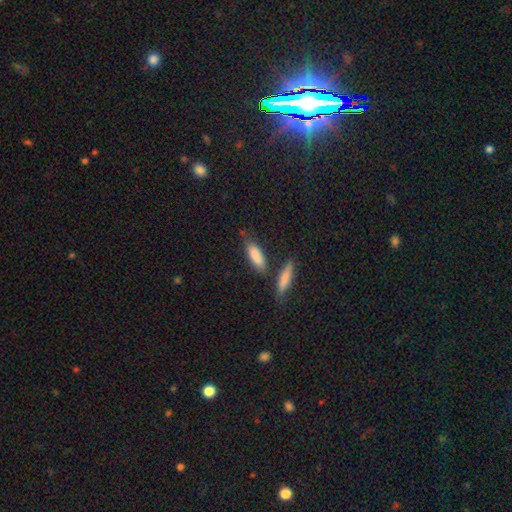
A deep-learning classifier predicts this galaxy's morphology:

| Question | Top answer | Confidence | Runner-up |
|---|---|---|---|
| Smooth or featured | smooth | 83% | featured or disk (10%) |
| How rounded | in between | 59% | cigar-shaped (38%) |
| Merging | none | 65% | minor disturbance (16%) |